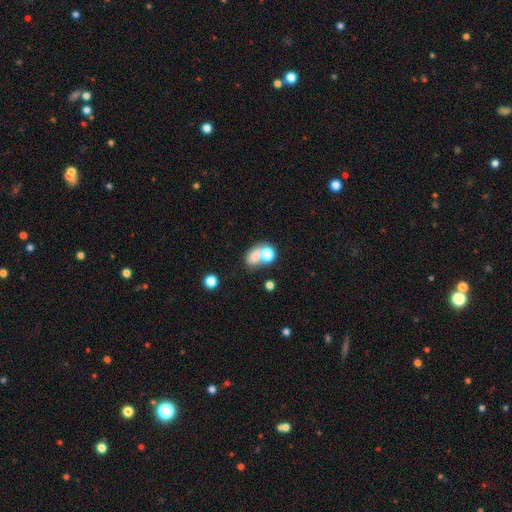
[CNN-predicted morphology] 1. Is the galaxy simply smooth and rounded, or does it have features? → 68% smooth, 17% featured or disk, 15% star or artifact.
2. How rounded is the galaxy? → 62% in between, 37% round, 1% cigar-shaped.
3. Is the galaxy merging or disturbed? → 46% merger, 31% none, 12% minor disturbance, 11% major disturbance.